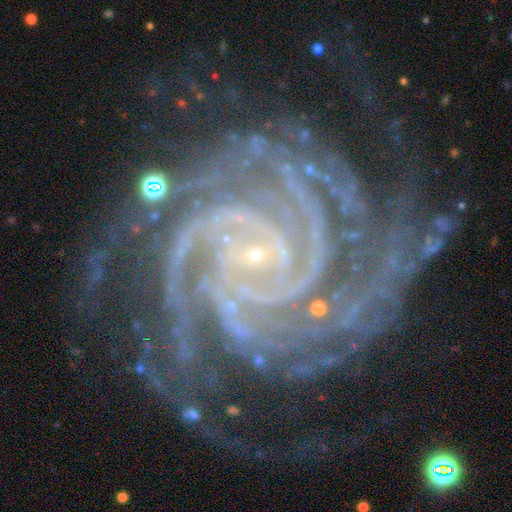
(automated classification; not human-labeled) Smooth or featured? featured or disk (93%)
Edge-on disk? no (98%)
Bar? no (55%)
Spiral arms? yes (99%)
Spiral winding? tight (81%)
Spiral arm count? 4 (26%)
Bulge size? small (89%)
Merging? none (72%)